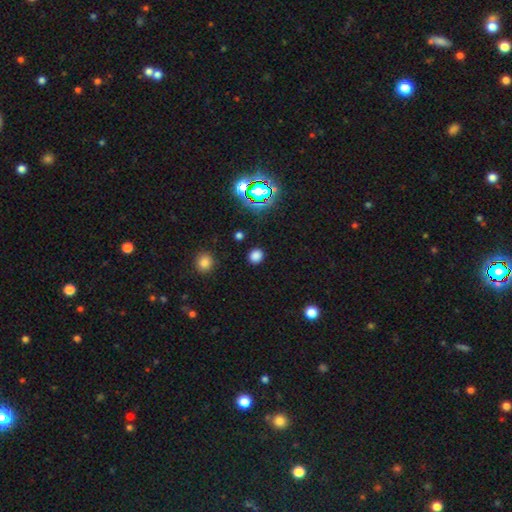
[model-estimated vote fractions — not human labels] Morphology: type=smooth (76%); roundness=round (77%); merging=none (88%).